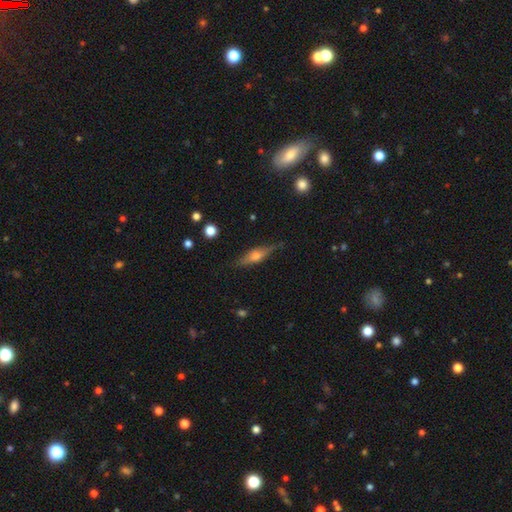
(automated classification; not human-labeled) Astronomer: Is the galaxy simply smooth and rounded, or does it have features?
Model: featured or disk — 61%.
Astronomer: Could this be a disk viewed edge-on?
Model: yes — 94%.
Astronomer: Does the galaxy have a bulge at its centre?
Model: rounded — 87%.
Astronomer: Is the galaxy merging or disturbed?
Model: none — 80%.